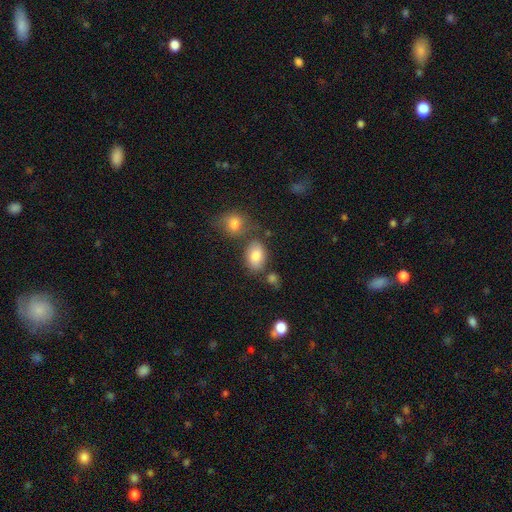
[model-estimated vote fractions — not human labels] Smooth or featured?
  - smooth: 81% *
  - featured or disk: 10%
  - star or artifact: 9%
How rounded?
  - in between: 83% *
  - round: 15%
  - cigar-shaped: 1%
Merging?
  - none: 67% *
  - minor disturbance: 14%
  - merger: 14%
  - major disturbance: 4%